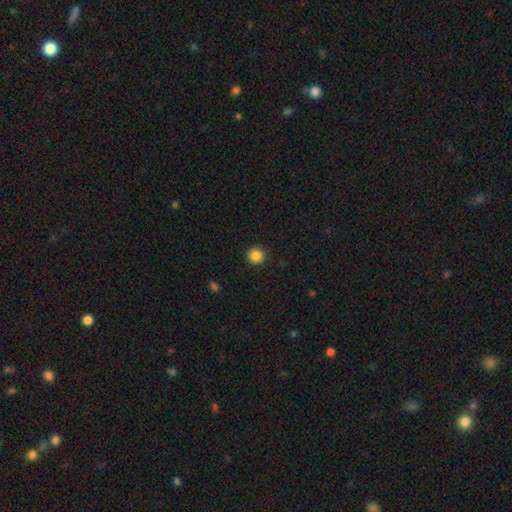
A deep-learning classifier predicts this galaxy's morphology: type=smooth (86%); roundness=round (93%); merging=none (91%).